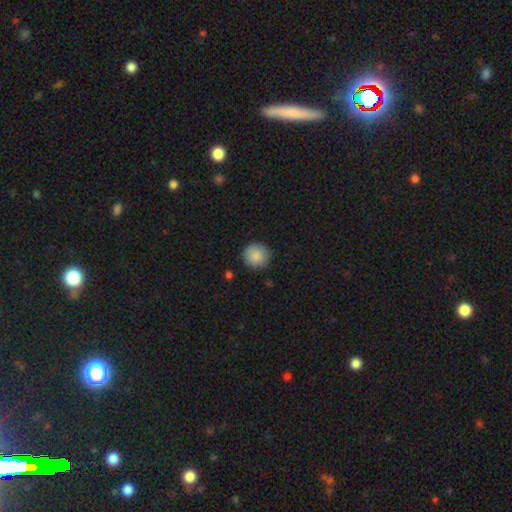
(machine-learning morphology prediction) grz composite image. It shows a smooth galaxy with no disk features (87%) that is round (92%). Merging: none (86%).